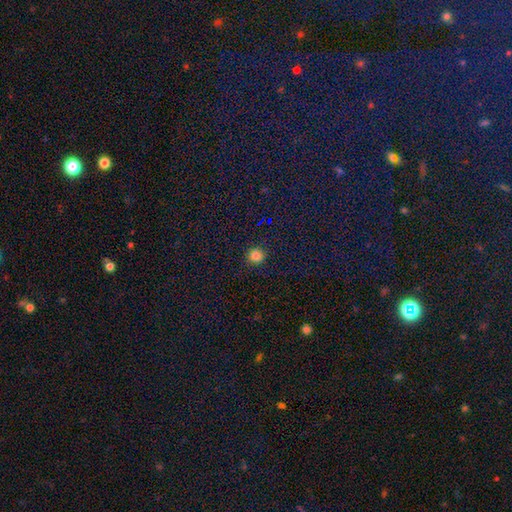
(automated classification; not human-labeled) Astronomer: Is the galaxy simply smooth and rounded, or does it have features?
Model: smooth — 83%.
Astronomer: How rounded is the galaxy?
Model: round — 91%.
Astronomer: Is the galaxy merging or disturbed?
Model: none — 91%.